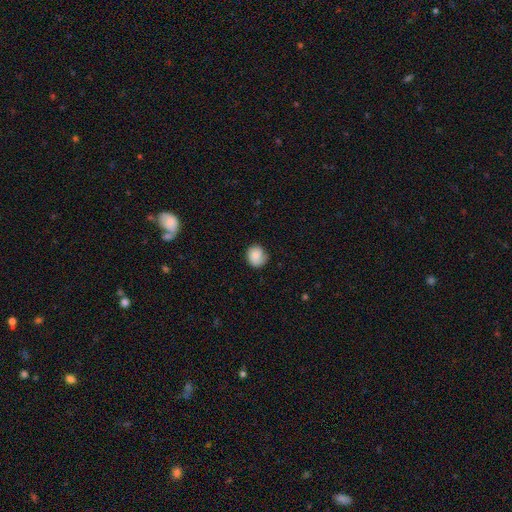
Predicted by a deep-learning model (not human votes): A smooth galaxy with no disk features (85%) that is round (80%). Merging: none (70%).